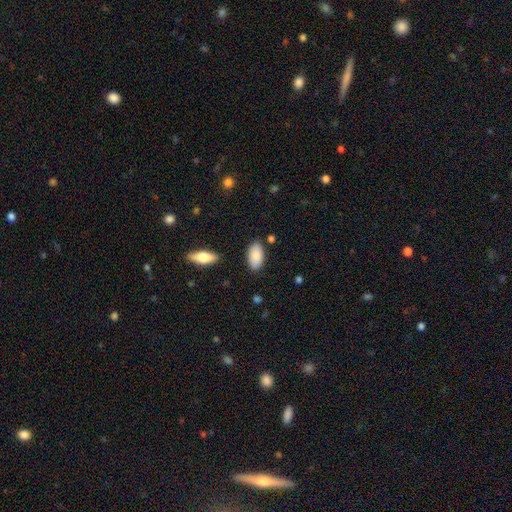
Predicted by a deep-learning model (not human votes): The model was most divided on "merging": none: 84%, minor disturbance: 11%, merger: 3%, major disturbance: 2%. More confident: how rounded — in between (95%); smooth or featured — smooth (87%).